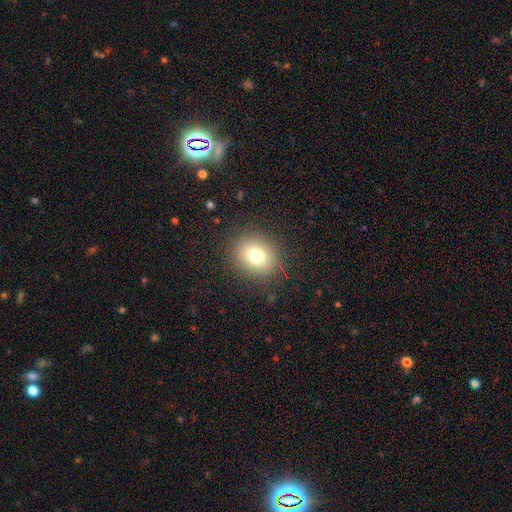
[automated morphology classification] A smooth galaxy with no disk features (76%) that is round (67%). Merging: none (87%).